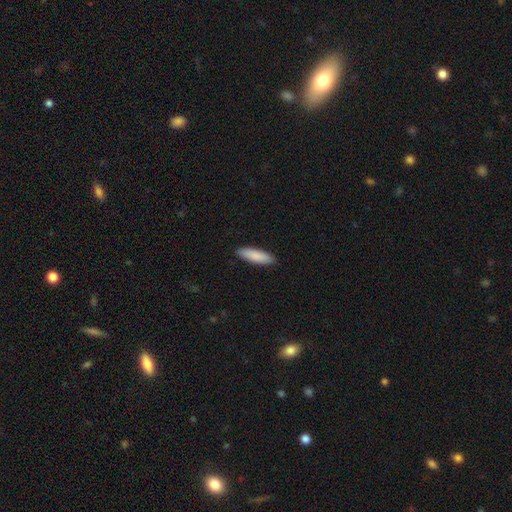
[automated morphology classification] A smooth galaxy with no disk features (88%) that is cigar-shaped (60%).

Vote fractions:
- Smooth or featured? smooth: 88% / featured or disk: 7% / star or artifact: 5%
- How rounded? cigar-shaped: 60% / in between: 39% / round: 1%
- Merging? none: 90% / minor disturbance: 8% / major disturbance: 1% / merger: 1%